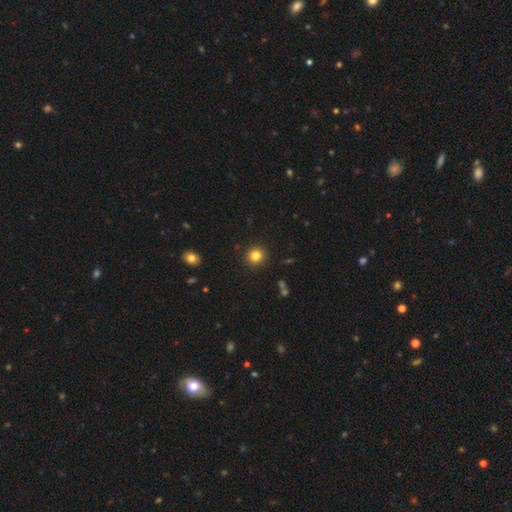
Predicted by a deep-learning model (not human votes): A smooth galaxy with no disk features (82%) that is round (92%).

Vote fractions:
- Smooth or featured? smooth: 82% / star or artifact: 12% / featured or disk: 6%
- How rounded? round: 92% / in between: 7% / cigar-shaped: 1%
- Merging? none: 92% / minor disturbance: 5% / major disturbance: 2% / merger: 1%